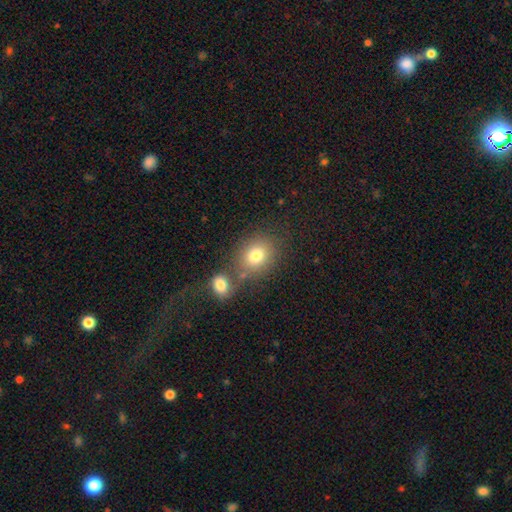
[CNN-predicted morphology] A smooth galaxy with no disk features (78%) that is round (53%). Merging: none (59%).